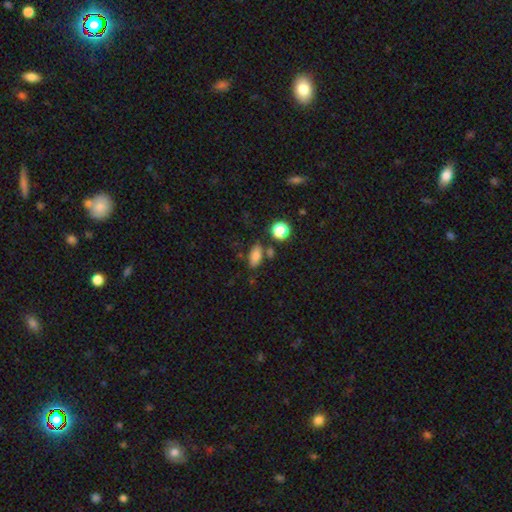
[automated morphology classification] The model was most divided on "merging": none: 73%, minor disturbance: 14%, merger: 9%, major disturbance: 4%. More confident: how rounded — in between (82%); smooth or featured — smooth (80%).